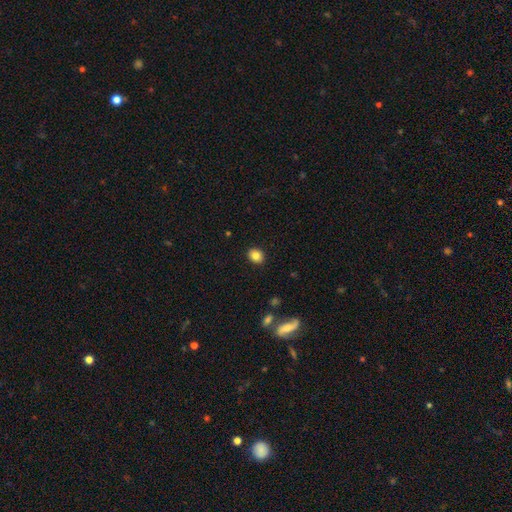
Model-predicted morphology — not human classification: This appears to be a smooth galaxy with no disk features (83%) that is round (60%). Merging: none (90%).